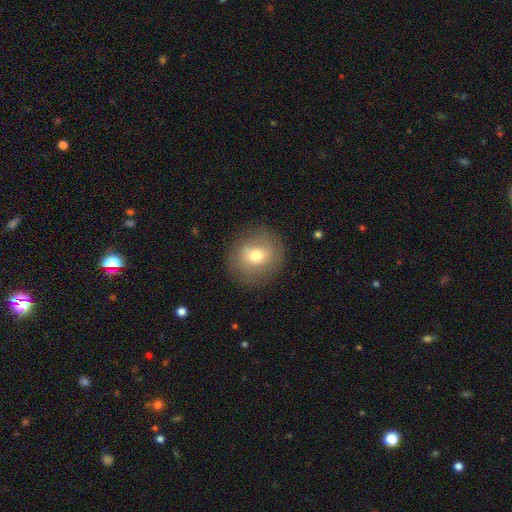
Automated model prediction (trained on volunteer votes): A smooth galaxy with no disk features (69%) that is round (84%). Merging: none (83%).